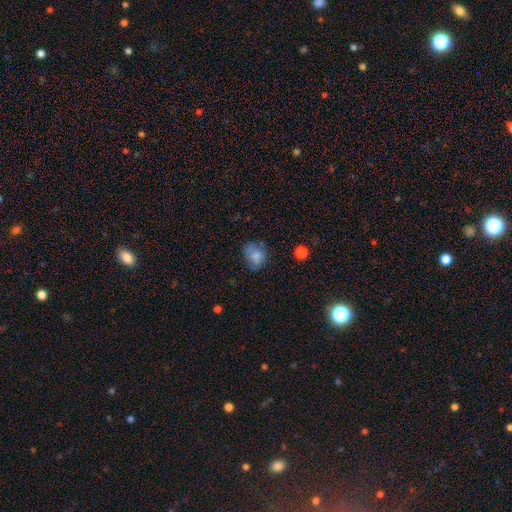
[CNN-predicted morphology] Q: Smooth or featured?
A: smooth (70%); runner-up: featured or disk (19%)
Q: How rounded?
A: round (61%); runner-up: in between (38%)
Q: Merging?
A: none (63%); runner-up: minor disturbance (24%)